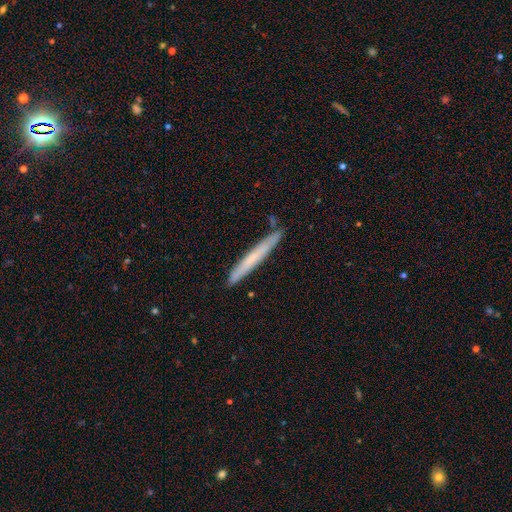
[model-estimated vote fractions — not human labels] The model was most divided on "smooth or featured": smooth: 54%, featured or disk: 38%, star or artifact: 8%. More confident: how rounded — cigar-shaped (97%); merging — none (87%).